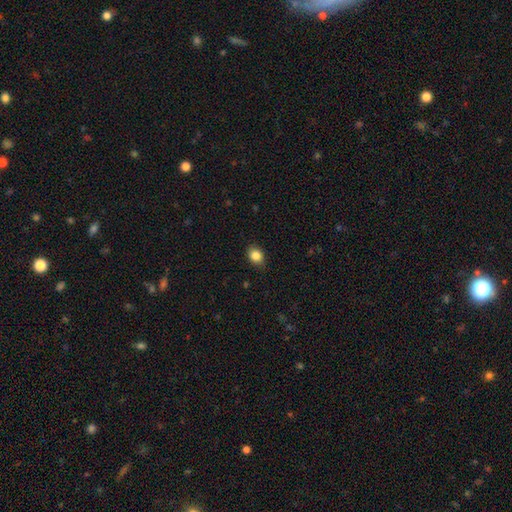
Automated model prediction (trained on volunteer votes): This is clearly a smooth galaxy (84%). How rounded: possibly in between (52%). Merging: clearly none (81%).